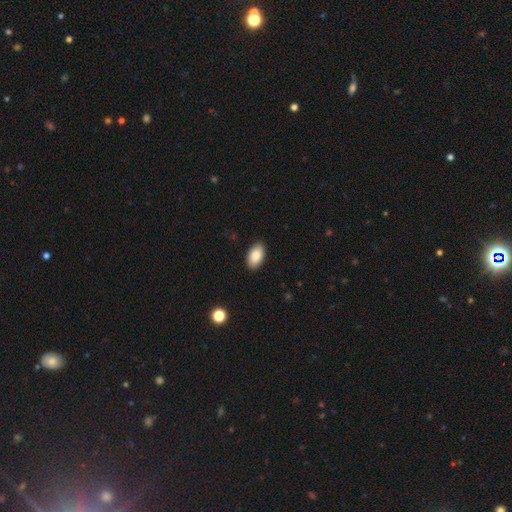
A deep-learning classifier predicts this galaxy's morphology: Smooth or featured? Predicted: smooth (p=0.89). How rounded? Predicted: in between (p=0.95). Merging? Predicted: none (p=0.89).